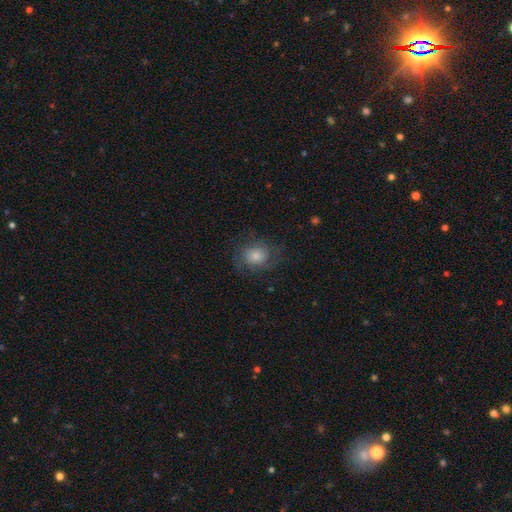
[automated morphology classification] Smooth or featured?
  - smooth: 47% *
  - featured or disk: 41%
  - star or artifact: 12%
Merging?
  - none: 71% *
  - minor disturbance: 17%
  - major disturbance: 11%
  - merger: 1%